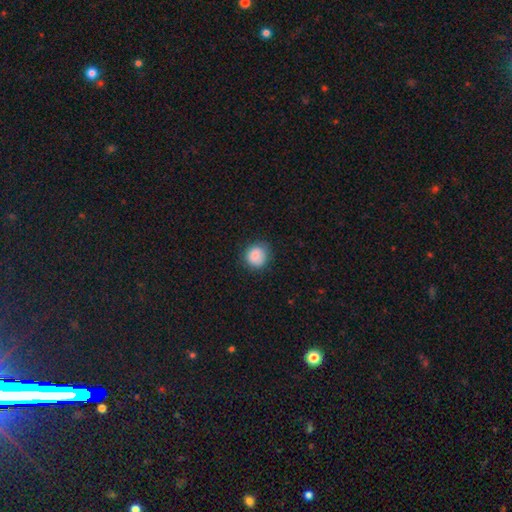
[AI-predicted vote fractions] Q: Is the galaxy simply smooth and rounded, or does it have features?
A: smooth — 86%.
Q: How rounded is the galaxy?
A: round — 84%.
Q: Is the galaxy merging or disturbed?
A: none — 80%.